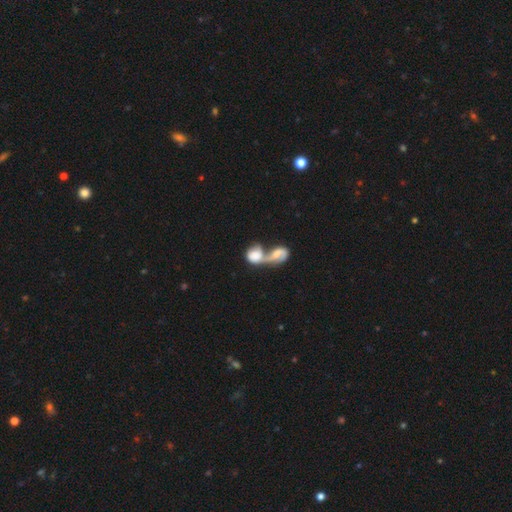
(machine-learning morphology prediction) Smooth or featured? smooth (52%)
How rounded? in between (49%)
Merging? merger (81%)